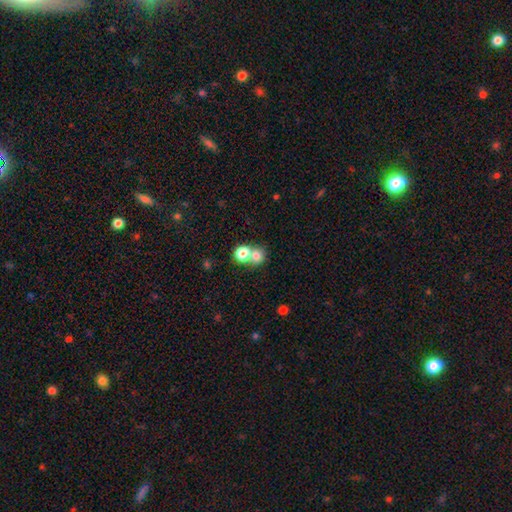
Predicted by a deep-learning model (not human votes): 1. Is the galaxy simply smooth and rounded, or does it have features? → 76% smooth, 12% star or artifact, 11% featured or disk.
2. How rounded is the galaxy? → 82% round, 17% in between, 1% cigar-shaped.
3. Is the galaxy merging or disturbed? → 52% merger, 40% none, 5% minor disturbance, 3% major disturbance.